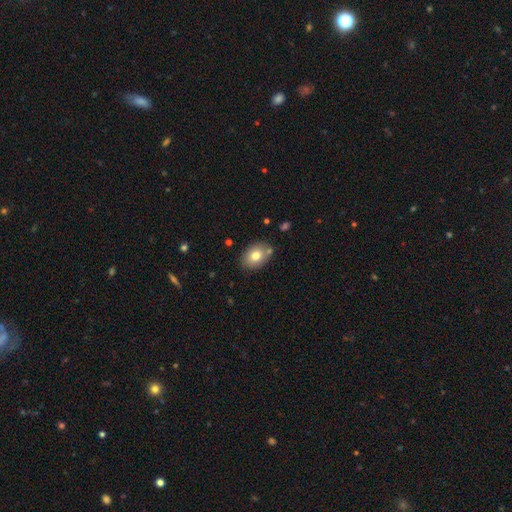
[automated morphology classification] Q: Smooth or featured?
A: smooth (76%); runner-up: featured or disk (15%)
Q: How rounded?
A: in between (76%); runner-up: round (23%)
Q: Merging?
A: none (77%); runner-up: minor disturbance (13%)